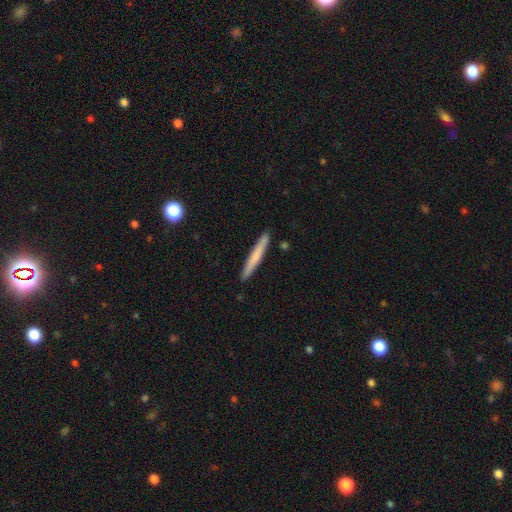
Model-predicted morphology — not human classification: smooth-or-featured: smooth: 65% | featured or disk: 30% | star or artifact: 6%
  how-rounded: cigar-shaped: 96% | in between: 3% | round: 1%
  merging: none: 91% | minor disturbance: 6% | merger: 2% | major disturbance: 1%